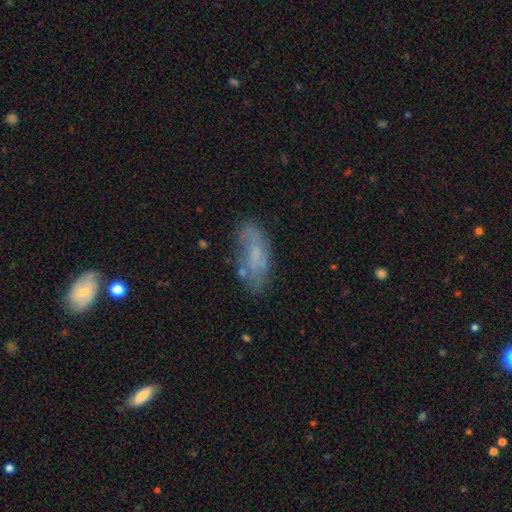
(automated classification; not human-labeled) smooth-or-featured: smooth: 52% | featured or disk: 39% | star or artifact: 9%
  how-rounded: in between: 76% | cigar-shaped: 21% | round: 3%
  merging: none: 59% | minor disturbance: 25% | major disturbance: 11% | merger: 5%